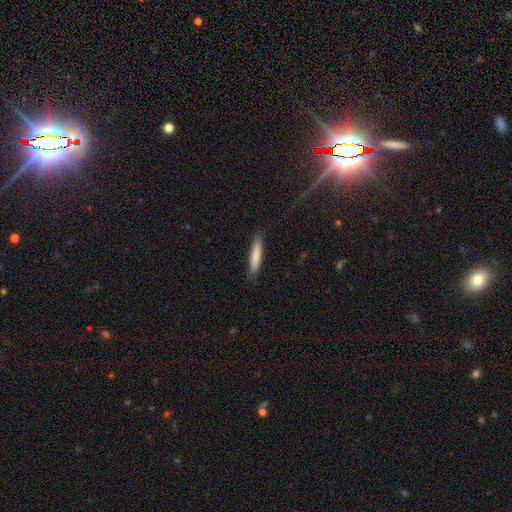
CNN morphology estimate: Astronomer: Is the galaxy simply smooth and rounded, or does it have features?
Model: smooth — 78%.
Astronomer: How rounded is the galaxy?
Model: cigar-shaped — 91%.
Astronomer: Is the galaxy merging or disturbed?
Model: none — 87%.